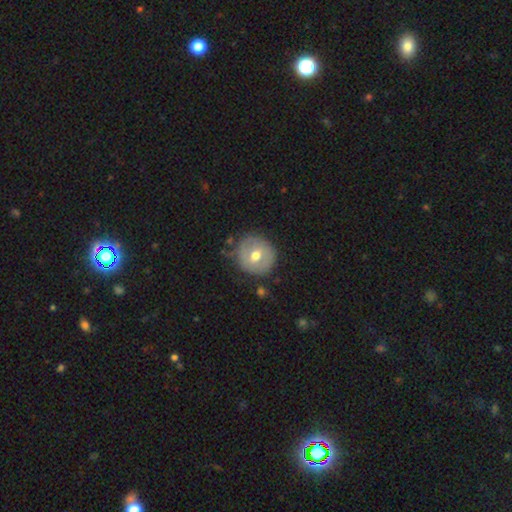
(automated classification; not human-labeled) Smooth or featured?
  - smooth: 54% *
  - featured or disk: 39%
  - star or artifact: 7%
How rounded?
  - round: 91% *
  - in between: 8%
  - cigar-shaped: 1%
Merging?
  - none: 77% *
  - minor disturbance: 15%
  - major disturbance: 5%
  - merger: 2%